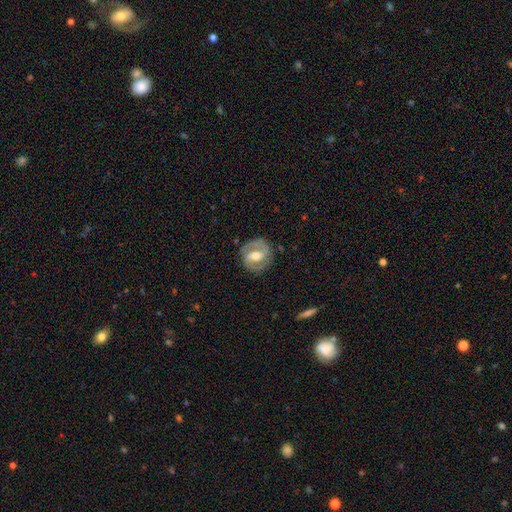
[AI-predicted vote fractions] The model was most divided on "spiral winding": medium: 47%, tight: 42%, loose: 11%. Remaining: edge-on disk — no (97%); spiral arms — yes (92%); spiral arm count — 2 (90%); merging — none (84%); smooth or featured — featured or disk (84%); bulge size — moderate (70%); bar — weak (43%).